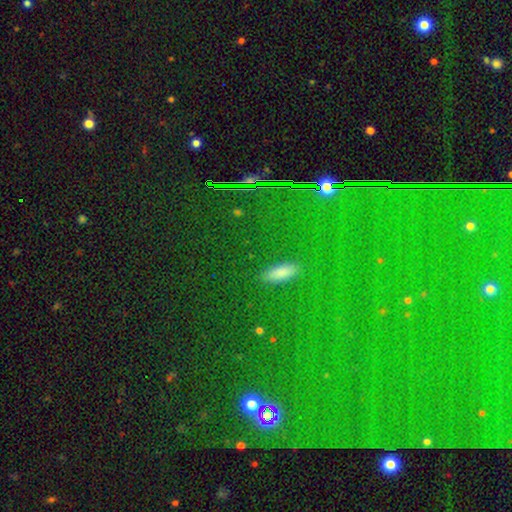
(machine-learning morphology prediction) smooth_or_featured: star or artifact (p=0.73) [alt: smooth p=0.16]